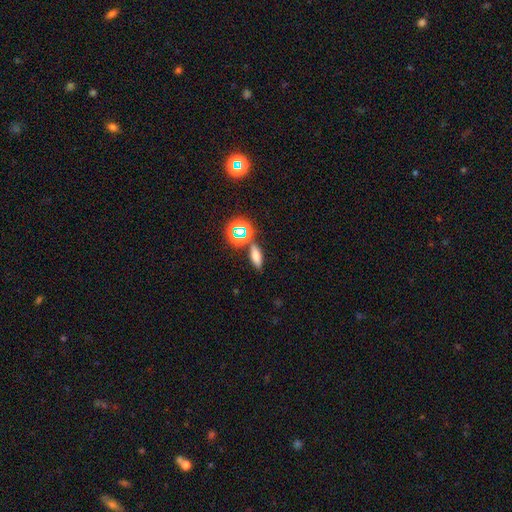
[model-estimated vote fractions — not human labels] A smooth galaxy with no disk features (65%) that is in between round and cigar-shaped (64%). Merging: none (77%).